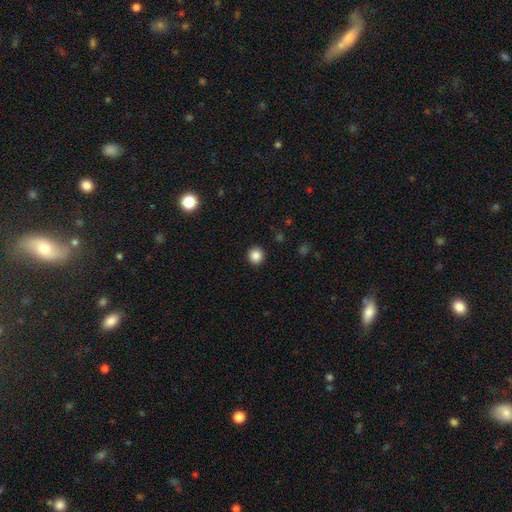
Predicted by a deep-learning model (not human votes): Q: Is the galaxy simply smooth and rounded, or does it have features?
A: smooth — 86%.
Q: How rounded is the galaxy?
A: round — 93%.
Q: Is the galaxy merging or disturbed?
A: none — 93%.